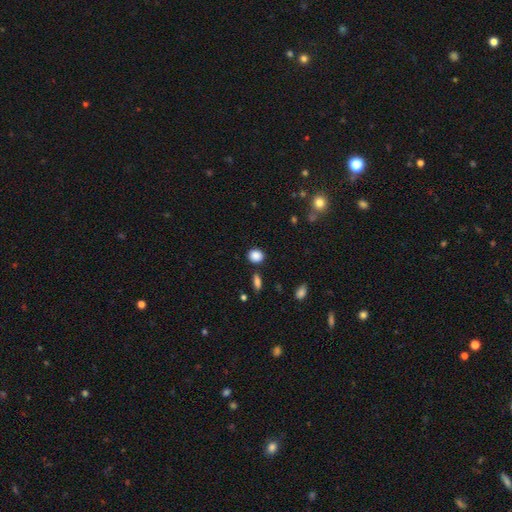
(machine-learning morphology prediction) This is clearly a smooth galaxy (87%). How rounded: likely round (70%). Merging: clearly none (83%).